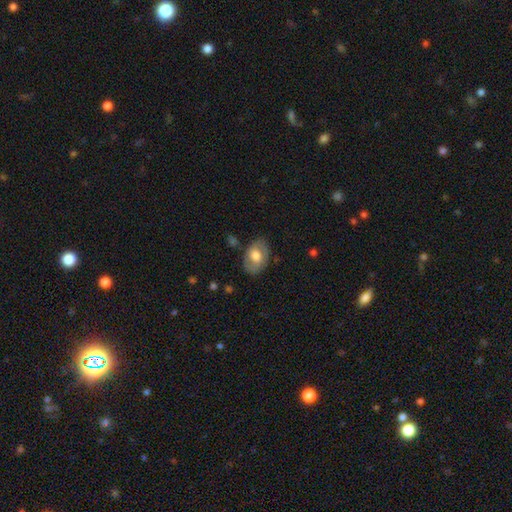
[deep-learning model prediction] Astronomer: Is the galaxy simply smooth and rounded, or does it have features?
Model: smooth — 54% (runner-up: featured or disk, 40%).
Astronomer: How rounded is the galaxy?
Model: in between — 81%.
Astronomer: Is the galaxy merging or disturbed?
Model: none — 76%.